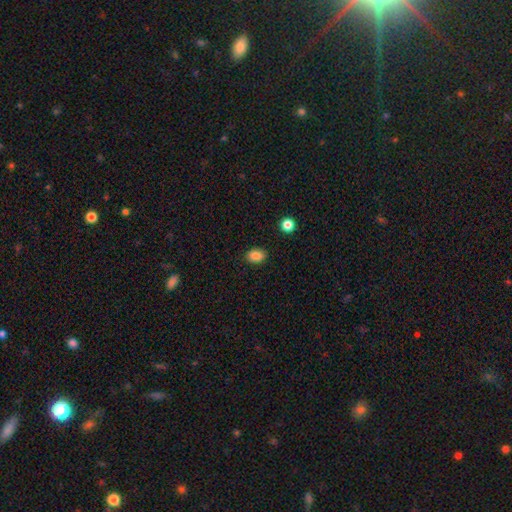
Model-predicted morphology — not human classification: smooth-or-featured: smooth: 86% | star or artifact: 9% | featured or disk: 4%
  how-rounded: in between: 78% | round: 20% | cigar-shaped: 1%
  merging: none: 88% | minor disturbance: 9% | major disturbance: 2% | merger: 1%